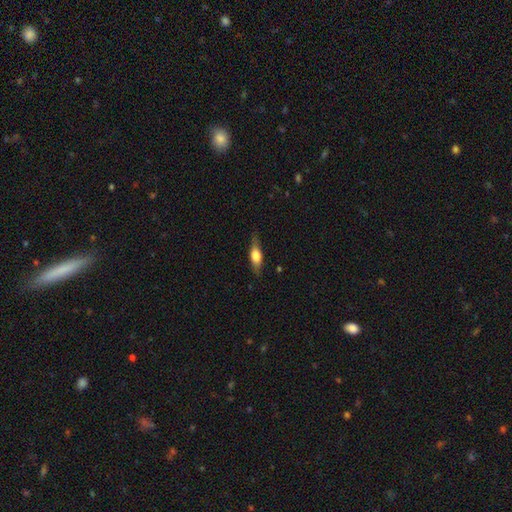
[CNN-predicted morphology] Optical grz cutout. It shows a smooth galaxy with no disk features (51%) that is in between round and cigar-shaped (50%). Merging: none (78%).